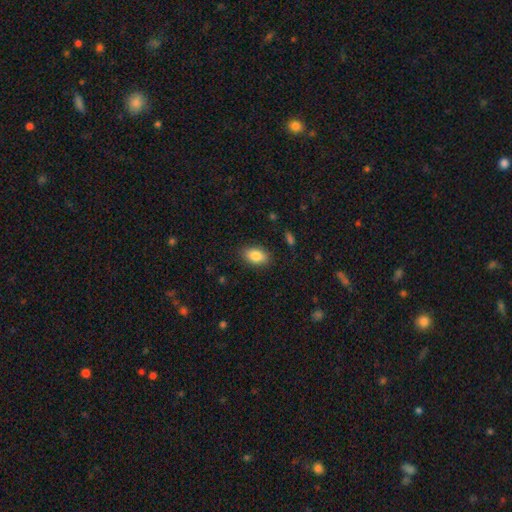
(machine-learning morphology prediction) This is clearly a smooth galaxy (85%). How rounded: clearly in between (90%). Merging: clearly none (86%).